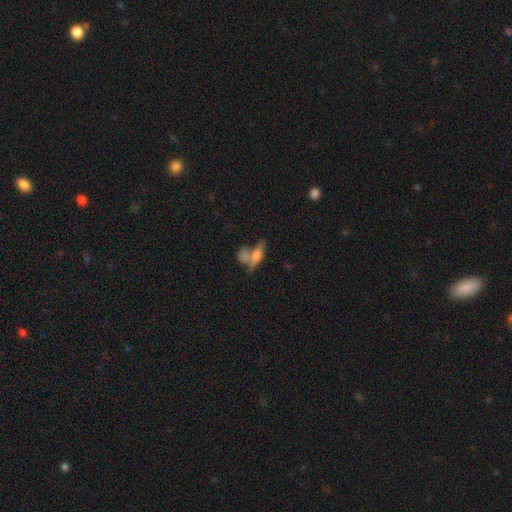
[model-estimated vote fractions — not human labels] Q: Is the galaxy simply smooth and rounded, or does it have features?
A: featured or disk — 46%.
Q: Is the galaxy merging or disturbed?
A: merger — 40%.